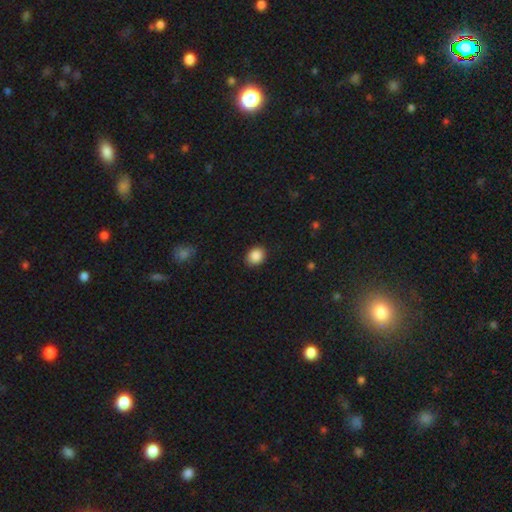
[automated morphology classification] Smooth or featured? Predicted: smooth (p=0.88). How rounded? Predicted: round (p=0.57). Merging? Predicted: none (p=0.88).